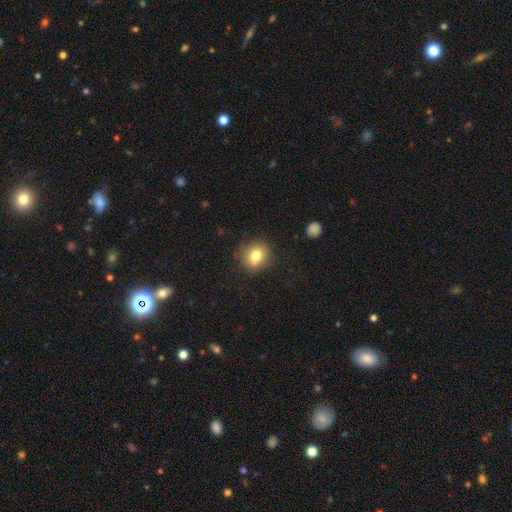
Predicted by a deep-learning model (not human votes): This appears to be a smooth galaxy with no disk features (80%) that is round (69%). Merging: none (82%).